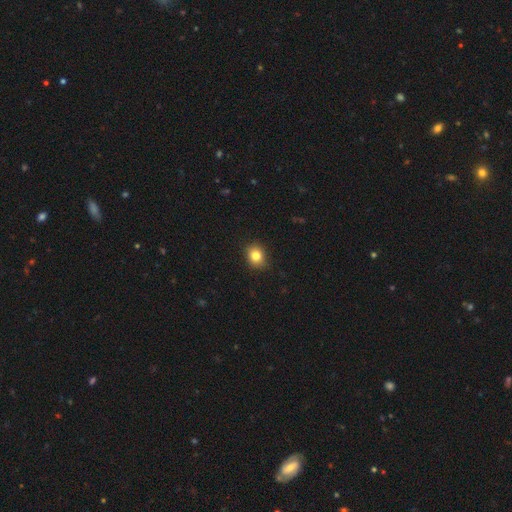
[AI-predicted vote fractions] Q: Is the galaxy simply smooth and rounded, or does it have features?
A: smooth — 82%.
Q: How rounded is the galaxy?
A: round — 60%.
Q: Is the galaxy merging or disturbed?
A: none — 88%.